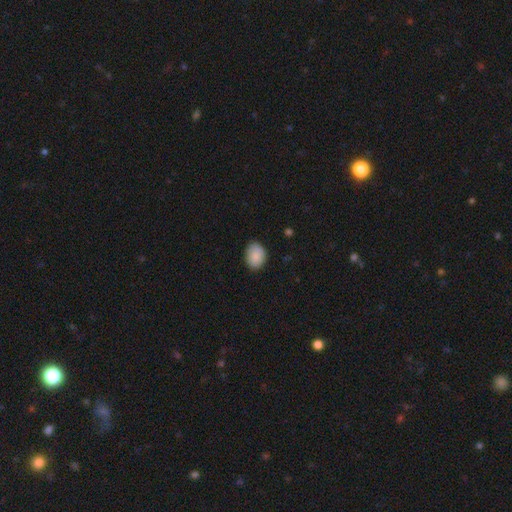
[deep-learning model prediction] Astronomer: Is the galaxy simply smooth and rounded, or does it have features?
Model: smooth — 89%.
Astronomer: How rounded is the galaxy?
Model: in between — 68%.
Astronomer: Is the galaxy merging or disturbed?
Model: none — 84%.